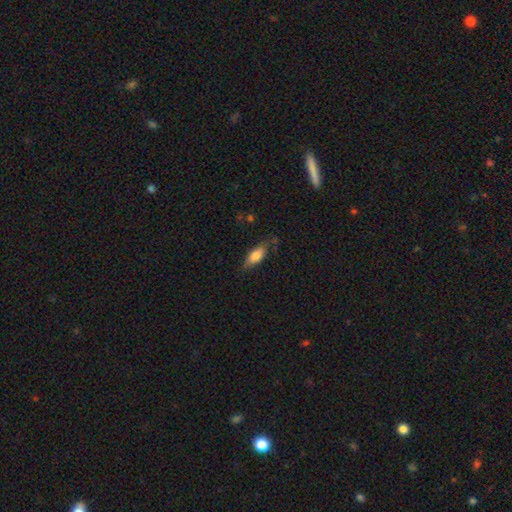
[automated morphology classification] This appears to be a smooth galaxy with no disk features (76%) that is in between round and cigar-shaped (79%). Merging: none (69%).